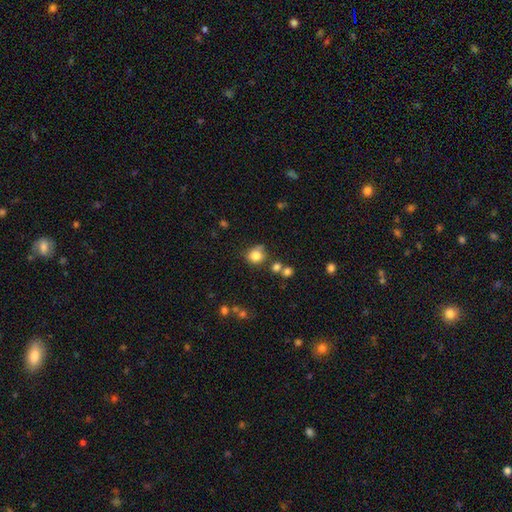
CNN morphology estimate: Smooth or featured: smooth — 81% (star or artifact — 12%)
How rounded: round — 81% (in between — 18%)
Merging: none — 60% (minor disturbance — 21%)